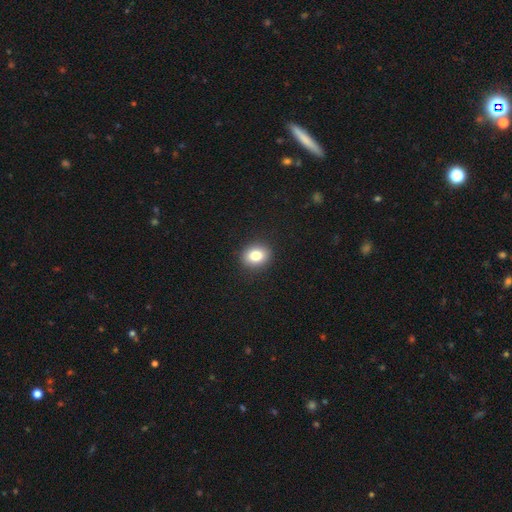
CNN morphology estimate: Smooth or featured? smooth (82%)
How rounded? round (51%)
Merging? none (90%)